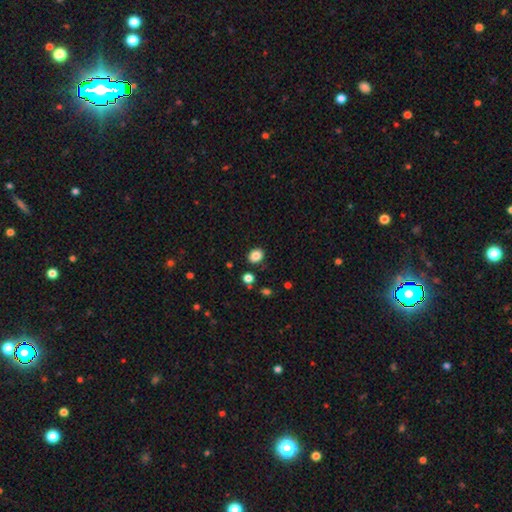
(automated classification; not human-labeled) A smooth galaxy with no disk features (86%) that is round (50%).

Vote fractions:
- Smooth or featured? smooth: 86% / star or artifact: 10% / featured or disk: 4%
- How rounded? round: 50% / in between: 49% / cigar-shaped: 1%
- Merging? none: 86% / minor disturbance: 8% / merger: 3% / major disturbance: 2%